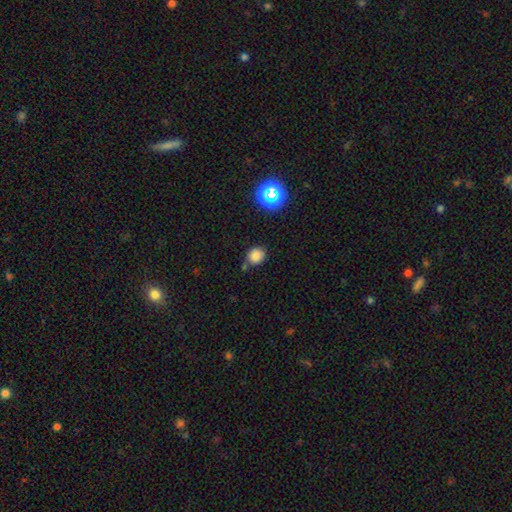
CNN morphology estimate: This is likely a smooth galaxy (79%). How rounded: likely round (75%). Merging: likely none (71%).